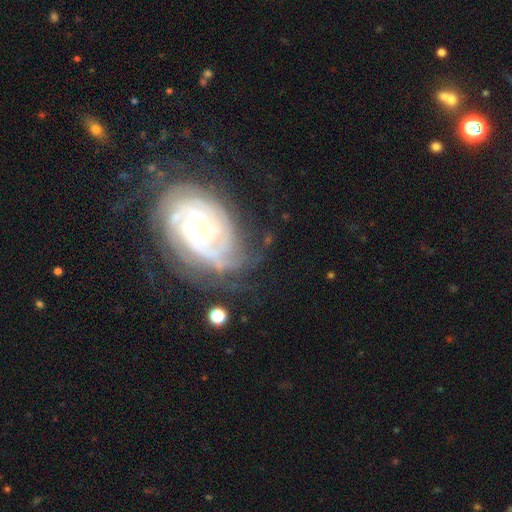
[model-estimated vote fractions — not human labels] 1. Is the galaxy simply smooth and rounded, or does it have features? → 81% featured or disk, 9% smooth, 9% star or artifact.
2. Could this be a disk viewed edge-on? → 96% no, 4% yes.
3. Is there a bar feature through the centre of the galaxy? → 61% no, 28% weak, 11% strong.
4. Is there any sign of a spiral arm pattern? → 95% yes, 5% no.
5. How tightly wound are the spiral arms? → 74% tight, 20% medium, 6% loose.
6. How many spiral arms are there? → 36% can't tell, 20% 2, 17% 3, 12% 4, 8% more than 4, 7% 1.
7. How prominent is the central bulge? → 51% small, 43% moderate, 4% large, 1% none, 1% dominant.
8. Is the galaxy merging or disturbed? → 69% none, 18% minor disturbance, 10% major disturbance, 2% merger.